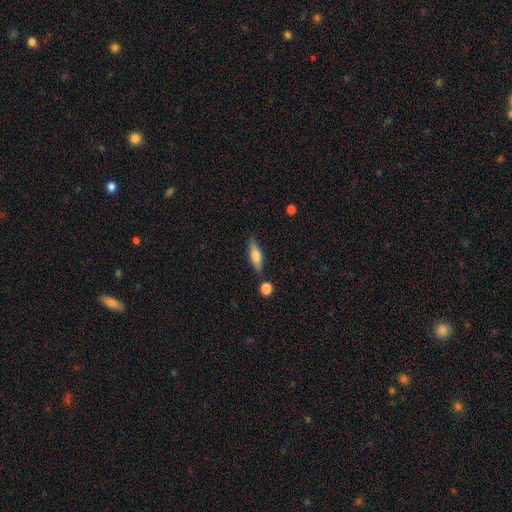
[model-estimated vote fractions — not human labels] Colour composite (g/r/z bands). It shows a smooth galaxy with no disk features (66%) that is in between round and cigar-shaped (52%). Merging: none (77%).